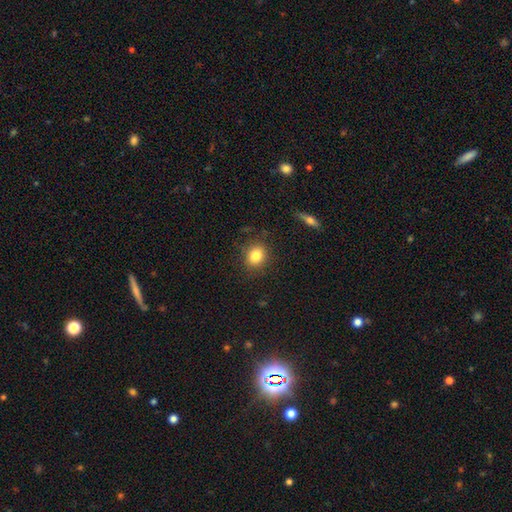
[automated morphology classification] A smooth galaxy with no disk features (82%) that is round (68%). Merging: none (86%).